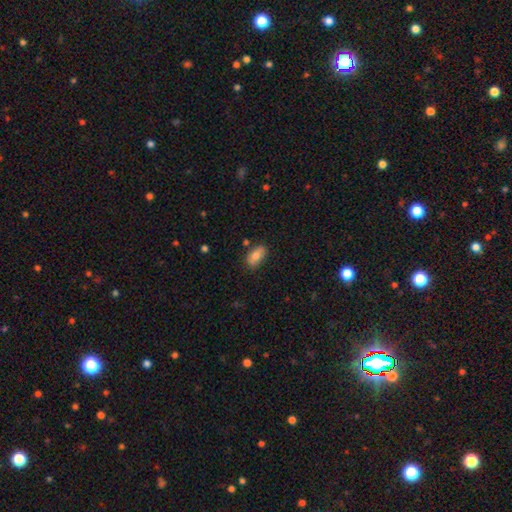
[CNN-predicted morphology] Smooth or featured? Predicted: smooth (p=0.76). How rounded? Predicted: in between (p=0.91). Merging? Predicted: none (p=0.76).